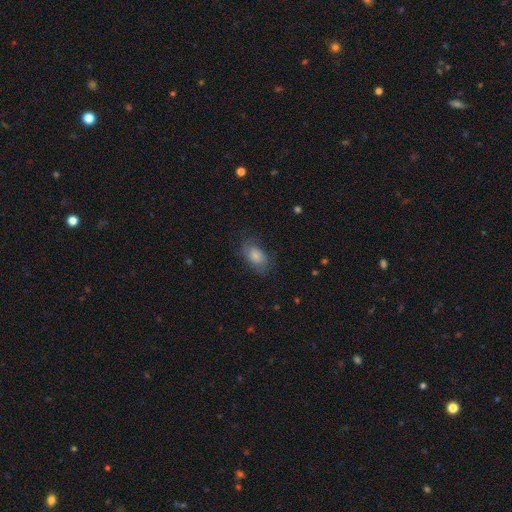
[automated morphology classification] smooth 78%, featured or disk 14%, star or artifact 8%. Down the decision tree: how rounded — in between (89%); merging — none (66%).